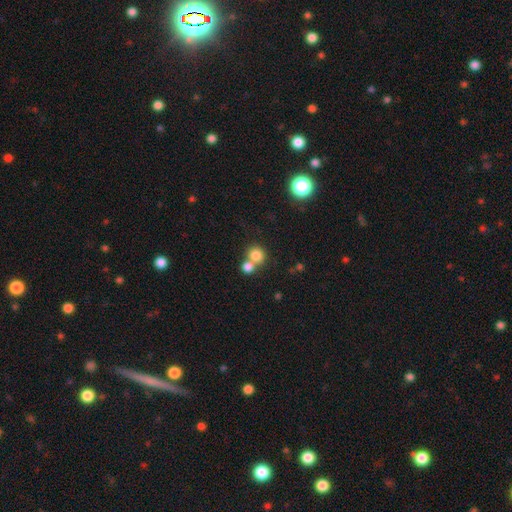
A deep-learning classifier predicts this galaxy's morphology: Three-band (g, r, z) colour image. It shows a smooth galaxy with no disk features (80%) that is round (85%). Merging: merger (48%).